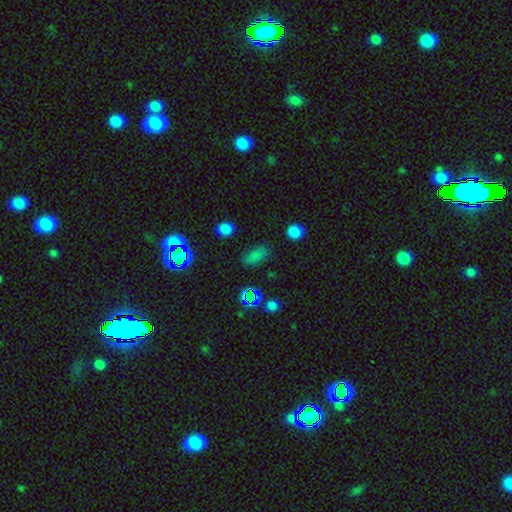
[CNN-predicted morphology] smooth-or-featured: smooth: 71% | star or artifact: 22% | featured or disk: 7%
  how-rounded: in between: 82% | cigar-shaped: 11% | round: 8%
  merging: none: 79% | minor disturbance: 14% | major disturbance: 5% | merger: 3%